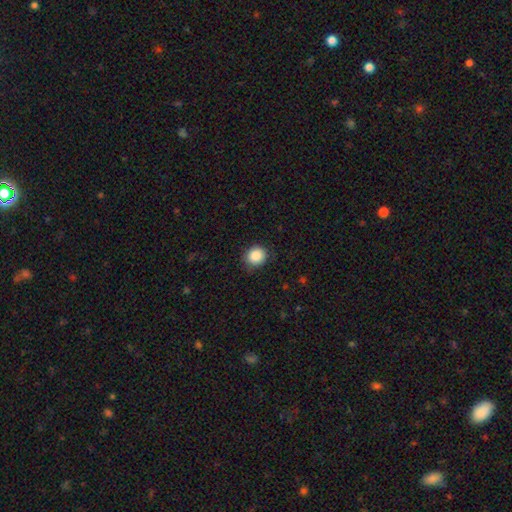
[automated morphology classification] This appears to be a smooth galaxy with no disk features (88%) that is round (84%). Merging: none (85%).